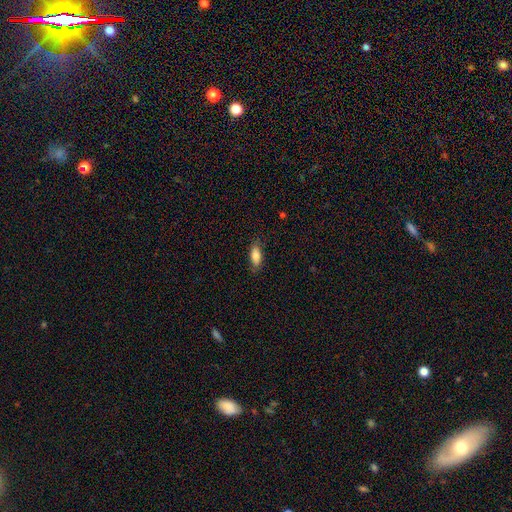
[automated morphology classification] This is likely a smooth galaxy (78%). How rounded: likely in between (78%). Merging: likely none (78%).